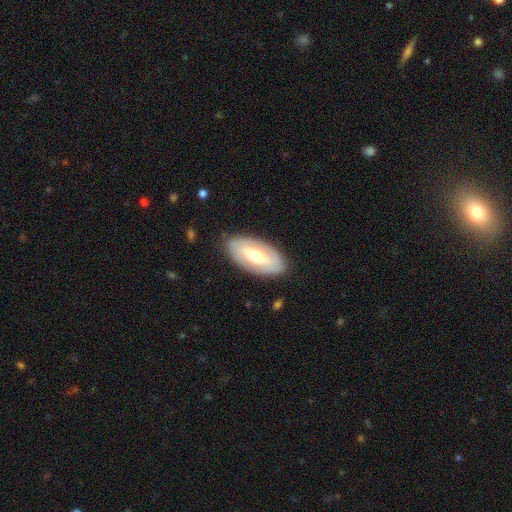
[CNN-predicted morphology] Smooth or featured? Predicted: featured or disk (p=0.51). Edge-on disk? Predicted: no (p=0.87). Merging? Predicted: none (p=0.86).